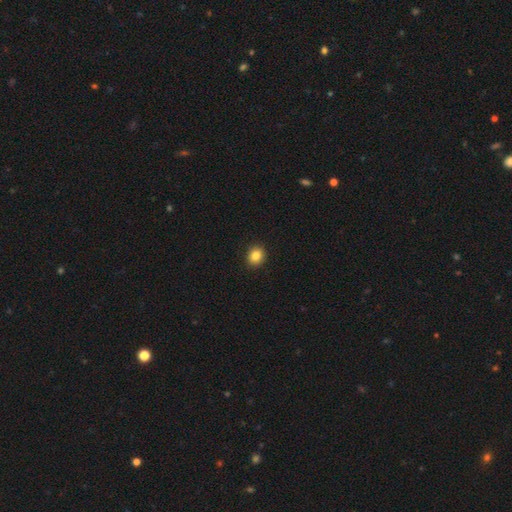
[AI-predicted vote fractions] Smooth or featured: smooth — 85% (star or artifact — 10%)
How rounded: round — 68% (in between — 32%)
Merging: none — 91% (minor disturbance — 6%)